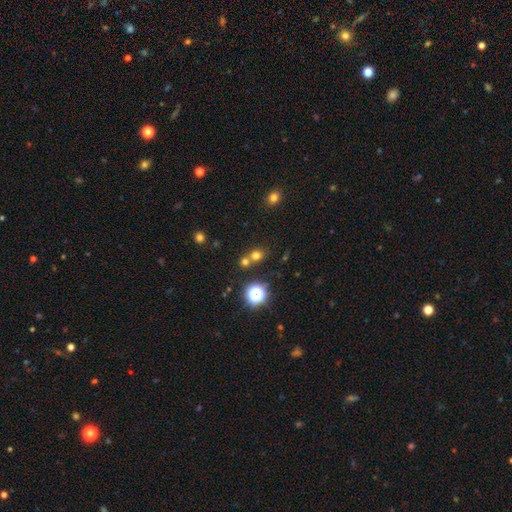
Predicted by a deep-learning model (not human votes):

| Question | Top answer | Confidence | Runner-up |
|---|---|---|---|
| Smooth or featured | smooth | 67% | star or artifact (25%) |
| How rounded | round | 80% | in between (19%) |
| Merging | none | 56% | merger (34%) |